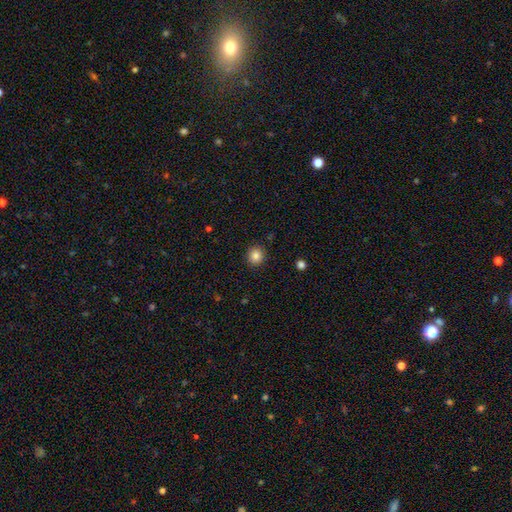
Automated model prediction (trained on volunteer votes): Smooth or featured?
  - smooth: 84% *
  - star or artifact: 10%
  - featured or disk: 5%
How rounded?
  - round: 87% *
  - in between: 12%
  - cigar-shaped: 1%
Merging?
  - none: 90% *
  - minor disturbance: 7%
  - major disturbance: 2%
  - merger: 1%